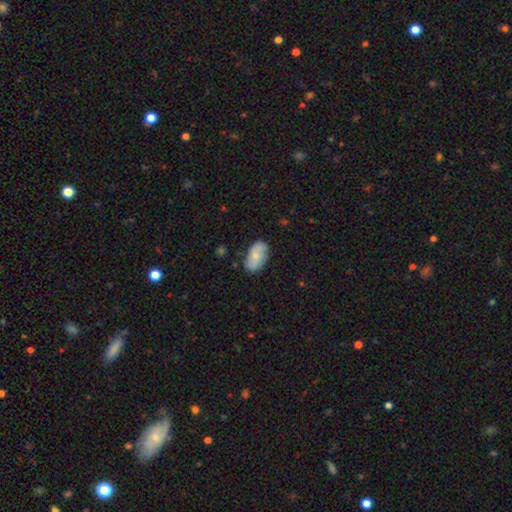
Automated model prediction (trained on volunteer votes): smooth 65%, featured or disk 29%, star or artifact 6%. Down the decision tree: how rounded — in between (93%); merging — none (75%).